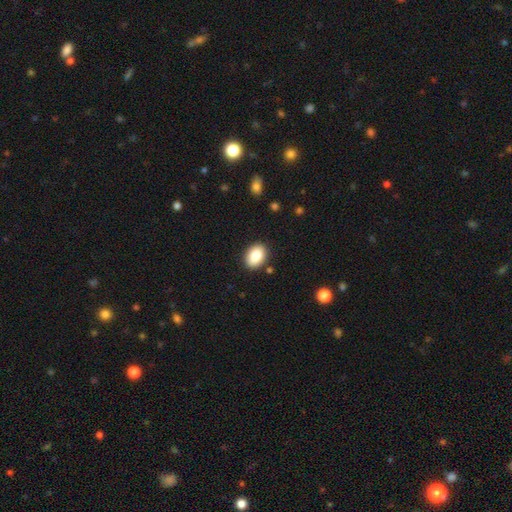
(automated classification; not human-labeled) smooth-or-featured: smooth: 86% | star or artifact: 7% | featured or disk: 7%
  how-rounded: in between: 79% | round: 20% | cigar-shaped: 1%
  merging: none: 88% | minor disturbance: 8% | major disturbance: 2% | merger: 2%